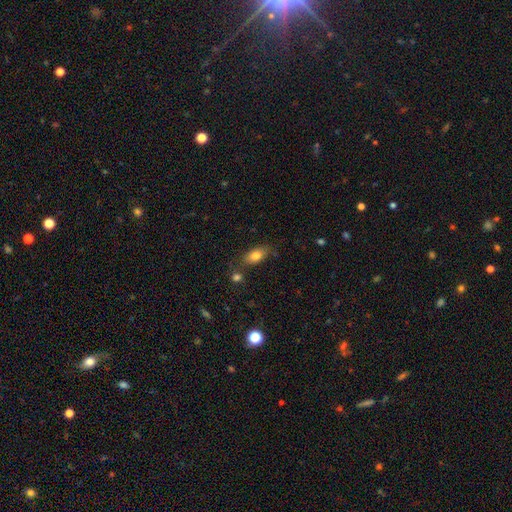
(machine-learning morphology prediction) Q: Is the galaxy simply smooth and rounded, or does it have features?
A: smooth — 79%.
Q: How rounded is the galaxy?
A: in between — 86%.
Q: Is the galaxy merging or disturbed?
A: none — 70%.